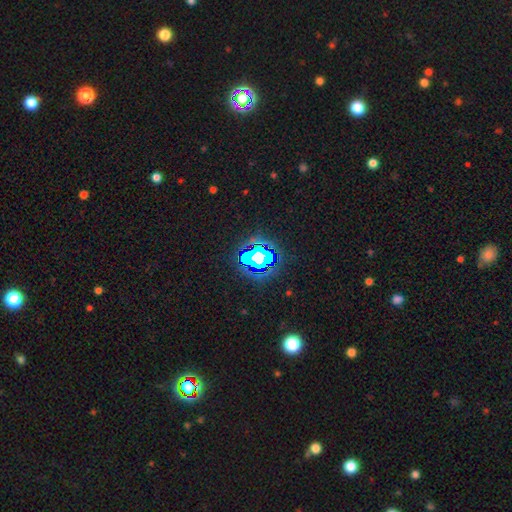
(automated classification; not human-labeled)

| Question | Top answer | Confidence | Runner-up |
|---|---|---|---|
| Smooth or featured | star or artifact | 75% | smooth (16%) |